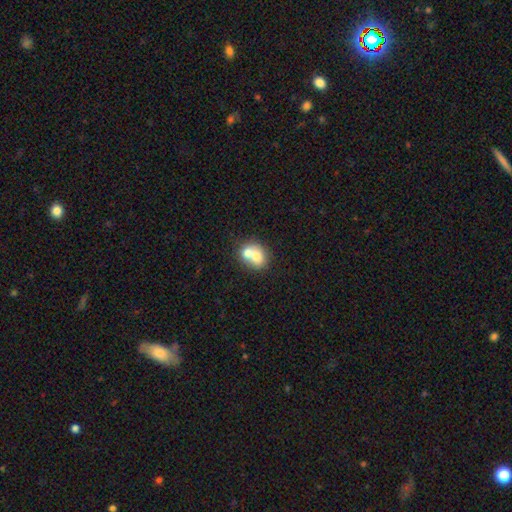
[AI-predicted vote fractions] Smooth or featured? Predicted: smooth (p=0.67). How rounded? Predicted: round (p=0.60). Merging? Predicted: merger (p=0.64).